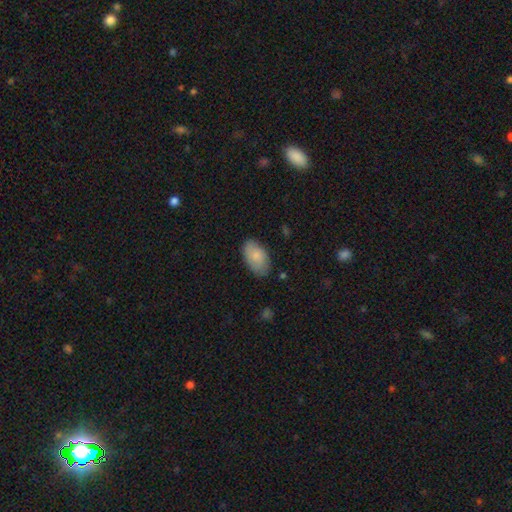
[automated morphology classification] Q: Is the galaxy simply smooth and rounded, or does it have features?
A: smooth — 81%.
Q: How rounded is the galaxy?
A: in between — 94%.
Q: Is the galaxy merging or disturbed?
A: none — 76%.